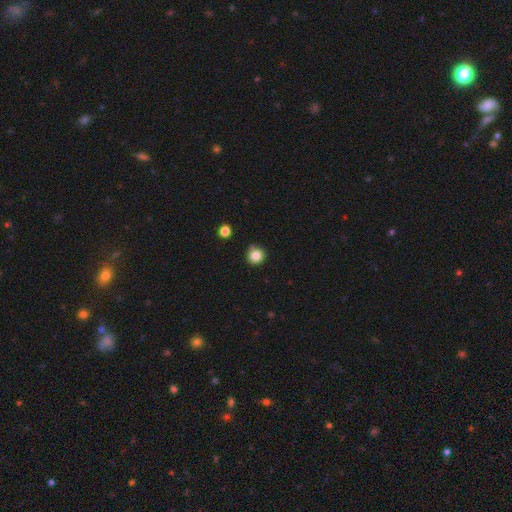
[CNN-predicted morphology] A smooth galaxy with no disk features (84%) that is round (93%). Merging: none (81%).